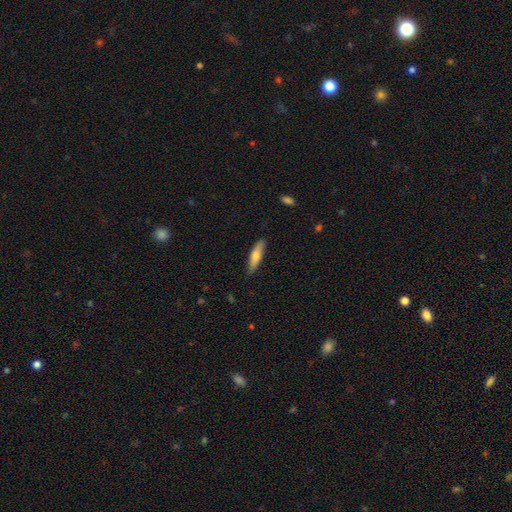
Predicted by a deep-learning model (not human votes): smooth 65%, featured or disk 29%, star or artifact 6%. Down the decision tree: how rounded — cigar-shaped (74%); merging — none (85%).